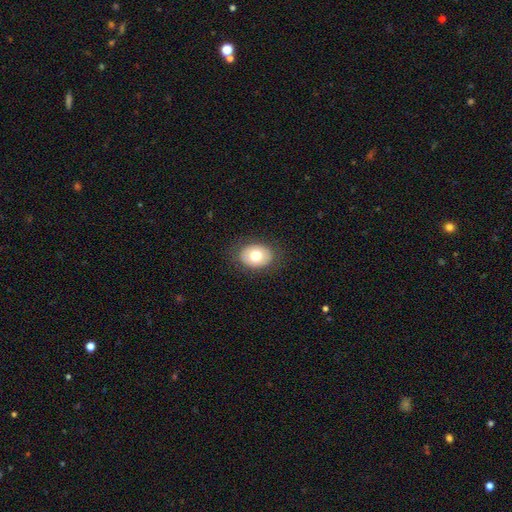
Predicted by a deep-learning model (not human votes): Morphology: type=smooth (72%); roundness=in between (65%); merging=none (86%).